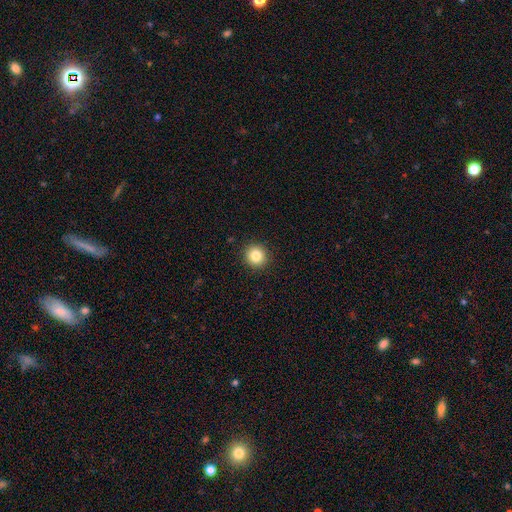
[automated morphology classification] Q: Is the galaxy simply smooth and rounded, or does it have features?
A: smooth — 84%.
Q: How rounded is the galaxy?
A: round — 93%.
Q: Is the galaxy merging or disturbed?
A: none — 92%.